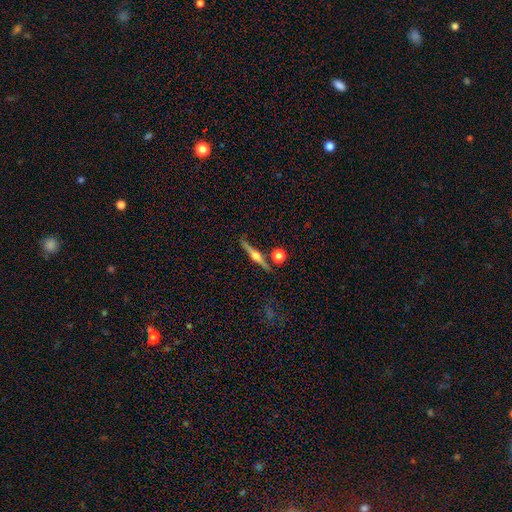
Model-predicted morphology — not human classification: featured or disk 76%, smooth 16%, star or artifact 7%. Down the decision tree: edge-on disk — yes (98%); edge-on bulge — rounded (92%); merging — none (83%).